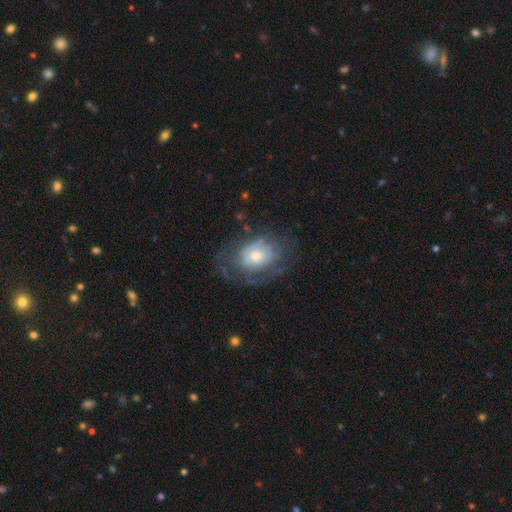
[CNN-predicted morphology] Smooth or featured? featured or disk (59%)
Edge-on disk? no (95%)
Bar? no (79%)
Spiral arms? yes (61%)
Bulge size? moderate (53%)
Merging? none (58%)